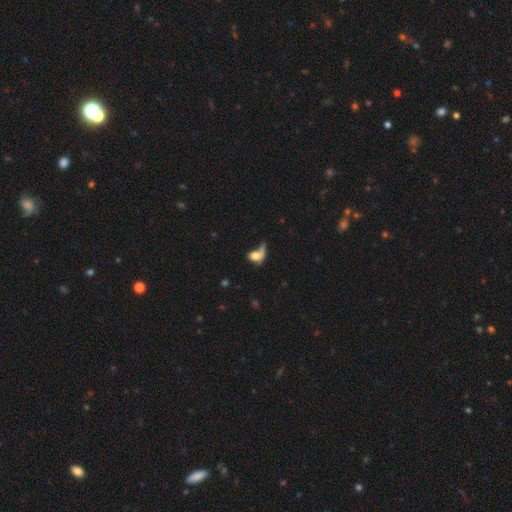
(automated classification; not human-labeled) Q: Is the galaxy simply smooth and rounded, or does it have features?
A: smooth — 63%.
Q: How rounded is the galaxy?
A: in between — 64%.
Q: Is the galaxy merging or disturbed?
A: major disturbance — 33%.